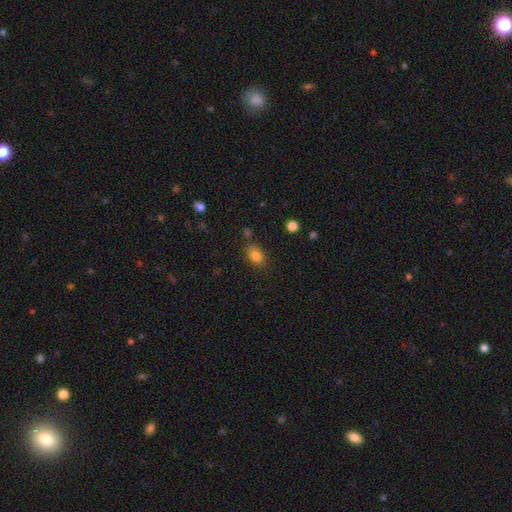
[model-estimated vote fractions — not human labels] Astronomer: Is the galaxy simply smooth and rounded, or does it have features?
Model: smooth — 81%.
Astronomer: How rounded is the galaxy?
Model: in between — 64%.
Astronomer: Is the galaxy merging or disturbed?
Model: none — 74%.